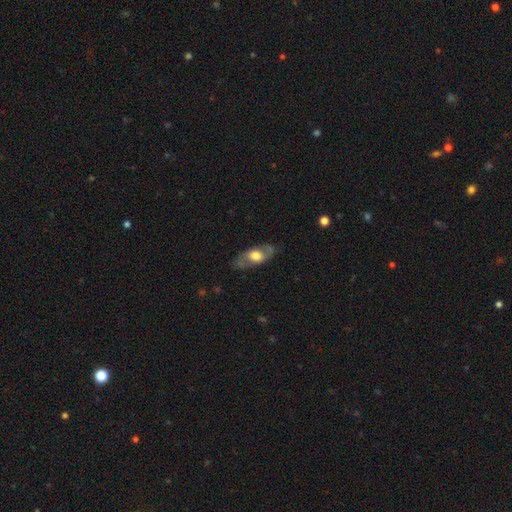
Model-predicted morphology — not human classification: Smooth or featured: featured or disk — 55% (smooth — 39%)
Edge-on disk: no — 77% (yes — 23%)
Merging: none — 75% (minor disturbance — 17%)